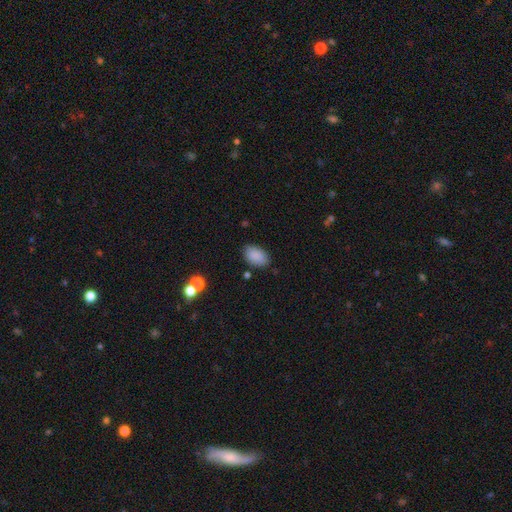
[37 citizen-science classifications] A smooth galaxy with no disk features (95%) that is in between round and cigar-shaped (91%). Merging: none (78%).